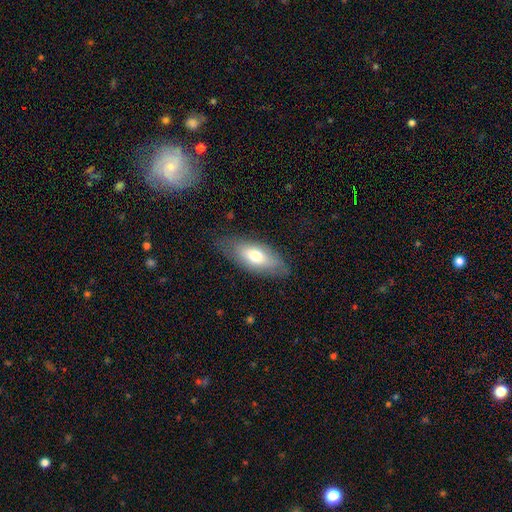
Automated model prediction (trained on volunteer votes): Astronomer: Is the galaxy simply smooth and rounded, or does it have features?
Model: smooth — 64%.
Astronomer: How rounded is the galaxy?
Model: in between — 80%.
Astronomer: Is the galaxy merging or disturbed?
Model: none — 77%.